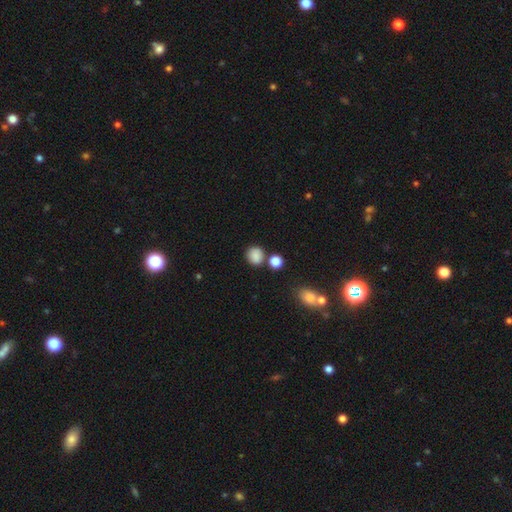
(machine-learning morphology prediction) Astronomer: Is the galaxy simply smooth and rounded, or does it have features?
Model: smooth — 84%.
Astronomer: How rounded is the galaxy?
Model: round — 80%.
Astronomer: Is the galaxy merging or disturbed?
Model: none — 73%.